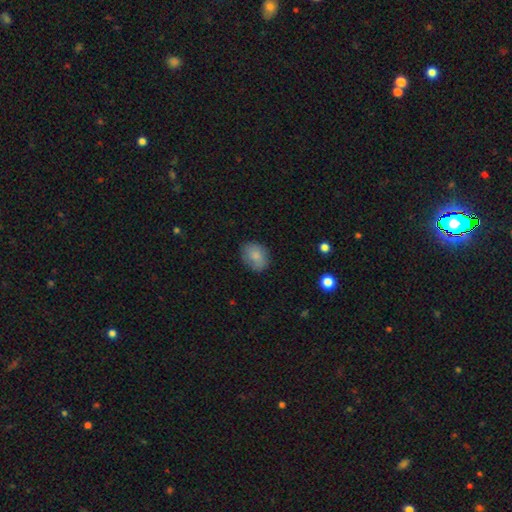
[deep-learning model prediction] This appears to be a smooth galaxy with no disk features (84%) that is in between round and cigar-shaped (58%). Merging: none (79%).